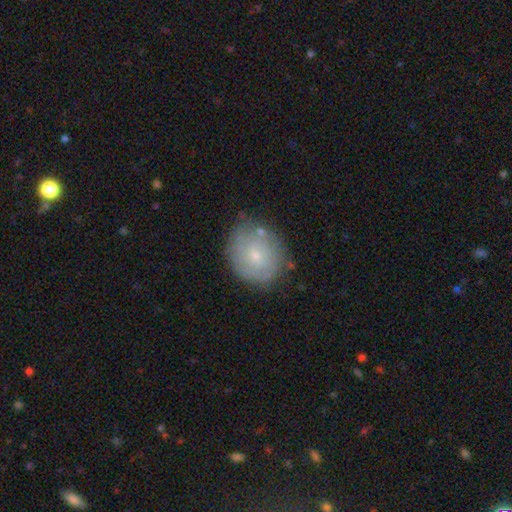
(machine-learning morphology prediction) A smooth galaxy with no disk features (55%) that is round (67%).

Vote fractions:
- Smooth or featured? smooth: 55% / featured or disk: 37% / star or artifact: 8%
- How rounded? round: 67% / in between: 32% / cigar-shaped: 1%
- Merging? none: 71% / minor disturbance: 20% / major disturbance: 5% / merger: 4%